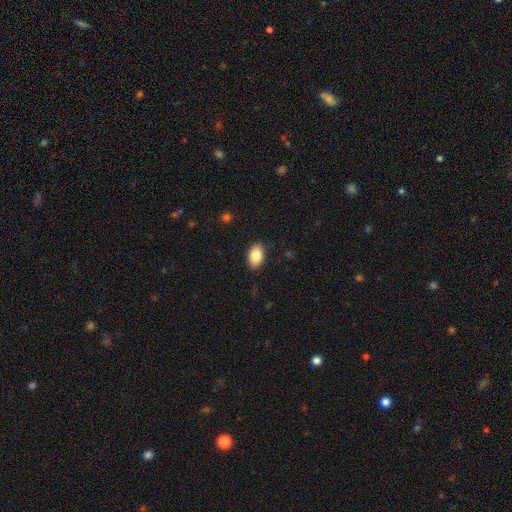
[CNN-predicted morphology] Overall: smooth (85%). How rounded: in between (90%). Merging: none (88%).